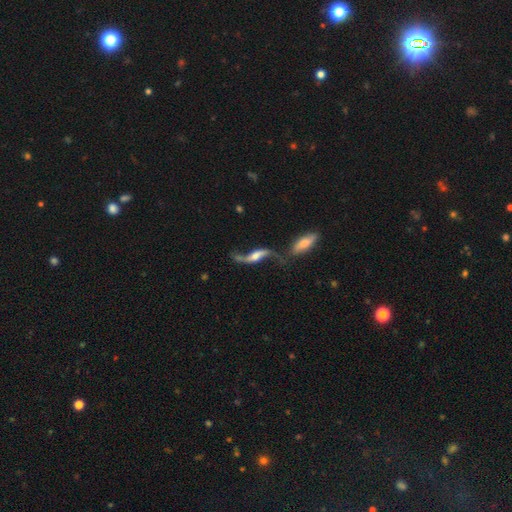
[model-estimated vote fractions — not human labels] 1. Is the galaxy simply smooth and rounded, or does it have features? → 82% featured or disk, 12% smooth, 6% star or artifact.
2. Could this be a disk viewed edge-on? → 78% no, 22% yes.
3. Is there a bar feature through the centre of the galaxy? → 40% no, 36% weak, 25% strong.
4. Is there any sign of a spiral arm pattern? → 91% yes, 9% no.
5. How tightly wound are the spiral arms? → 92% loose, 6% medium, 2% tight.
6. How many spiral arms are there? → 91% 2, 4% 1, 2% can't tell, 1% 3, 1% 4, 1% more than 4.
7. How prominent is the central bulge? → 45% moderate, 25% small, 16% large, 10% none, 3% dominant.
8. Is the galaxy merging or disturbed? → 45% none, 26% merger, 17% minor disturbance, 13% major disturbance.